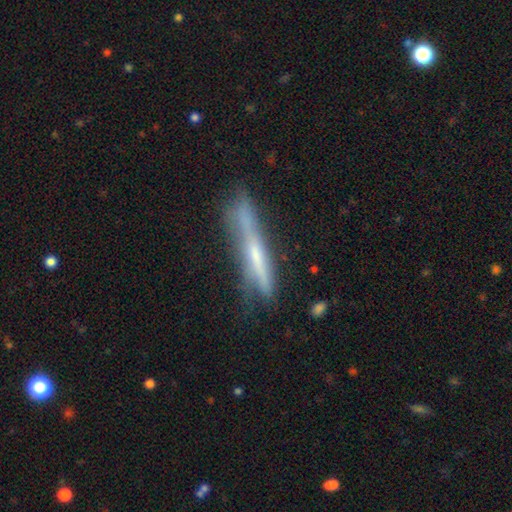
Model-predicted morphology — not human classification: Smooth or featured: featured or disk — 60% (smooth — 33%)
Edge-on disk: yes — 90% (no — 10%)
Edge-on bulge: none — 54% (rounded — 36%)
Merging: none — 65% (minor disturbance — 25%)